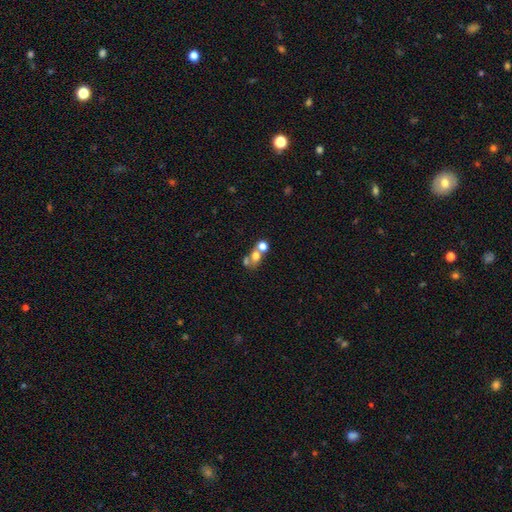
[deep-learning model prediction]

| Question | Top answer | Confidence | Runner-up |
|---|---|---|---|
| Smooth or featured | smooth | 63% | featured or disk (22%) |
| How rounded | round | 60% | in between (38%) |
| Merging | merger | 56% | none (30%) |